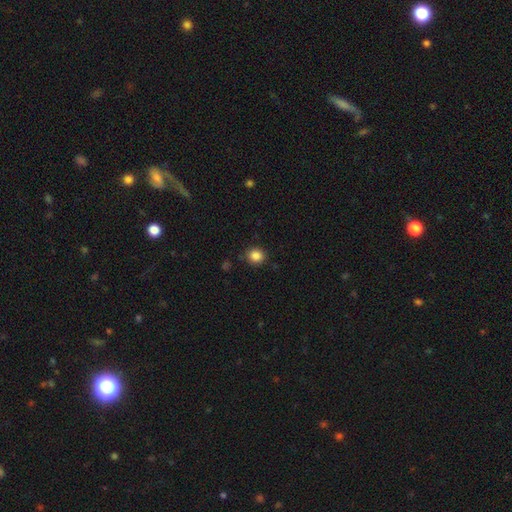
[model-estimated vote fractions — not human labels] Smooth or featured: smooth — 86% (star or artifact — 11%)
How rounded: round — 85% (in between — 14%)
Merging: none — 87% (minor disturbance — 9%)